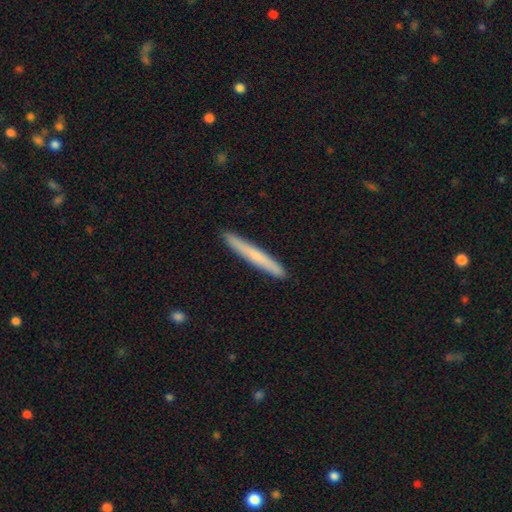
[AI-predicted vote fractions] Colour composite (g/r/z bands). It shows a smooth galaxy with no disk features (66%) that is cigar-shaped (97%). Merging: none (92%).